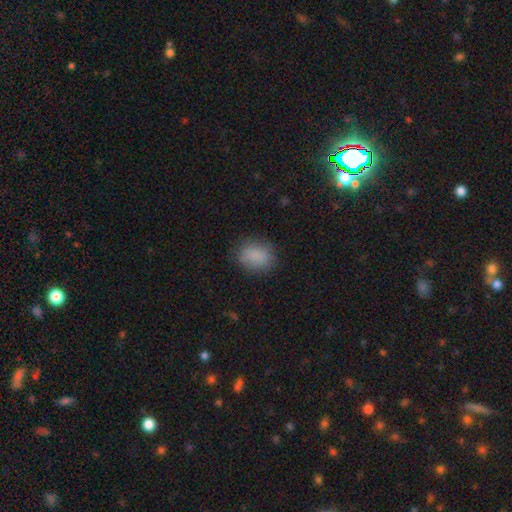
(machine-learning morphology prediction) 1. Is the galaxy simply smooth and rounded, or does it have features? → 84% smooth, 9% star or artifact, 6% featured or disk.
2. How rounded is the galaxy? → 50% in between, 49% round, 1% cigar-shaped.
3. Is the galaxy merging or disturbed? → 81% none, 14% minor disturbance, 4% major disturbance, 1% merger.